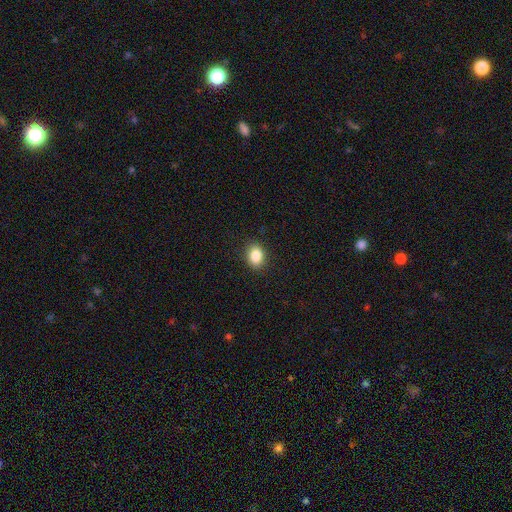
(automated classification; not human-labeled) smooth_or_featured: smooth (p=0.86) [alt: star or artifact p=0.09]
how_rounded: in between (p=0.64) [alt: round p=0.35]
merging: none (p=0.90) [alt: minor disturbance p=0.07]